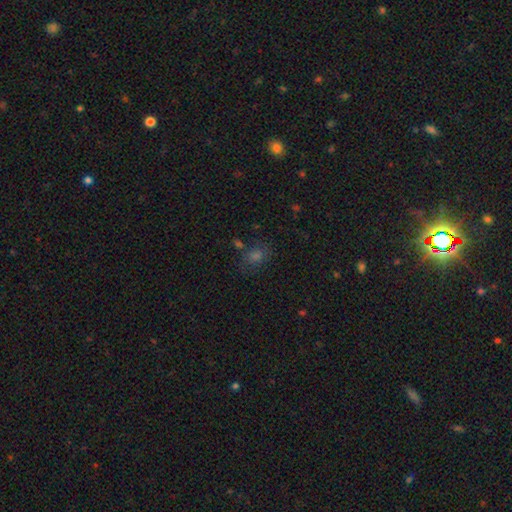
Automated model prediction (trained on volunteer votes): This appears to be a smooth galaxy with no disk features (56%) that is in between round and cigar-shaped (57%). Merging: none (71%).